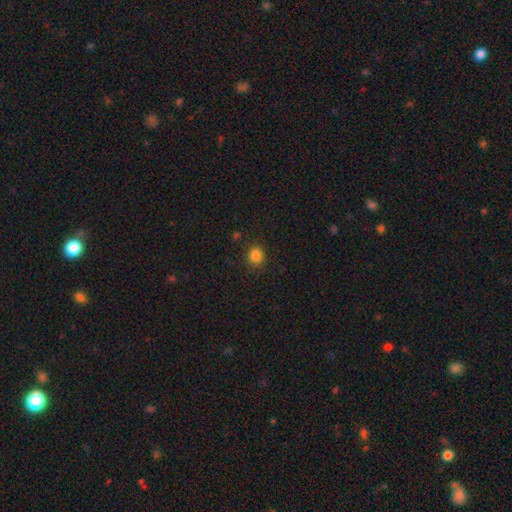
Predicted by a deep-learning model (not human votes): Q: Smooth or featured?
A: smooth (84%); runner-up: star or artifact (13%)
Q: How rounded?
A: round (79%); runner-up: in between (20%)
Q: Merging?
A: none (87%); runner-up: minor disturbance (9%)